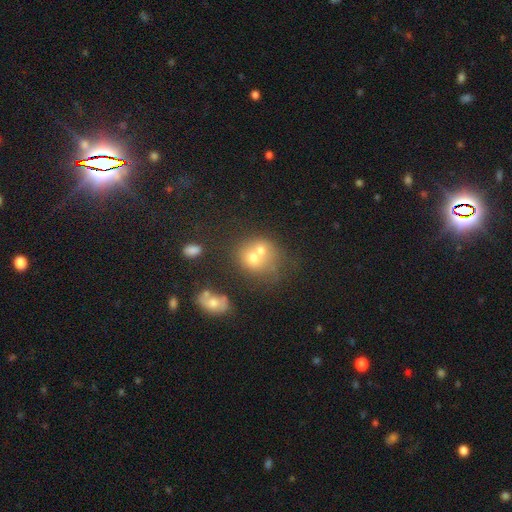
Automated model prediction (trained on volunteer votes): smooth-or-featured: smooth: 60% | featured or disk: 27% | star or artifact: 13%
  how-rounded: round: 69% | in between: 30% | cigar-shaped: 1%
  merging: merger: 64% | none: 23% | minor disturbance: 8% | major disturbance: 5%